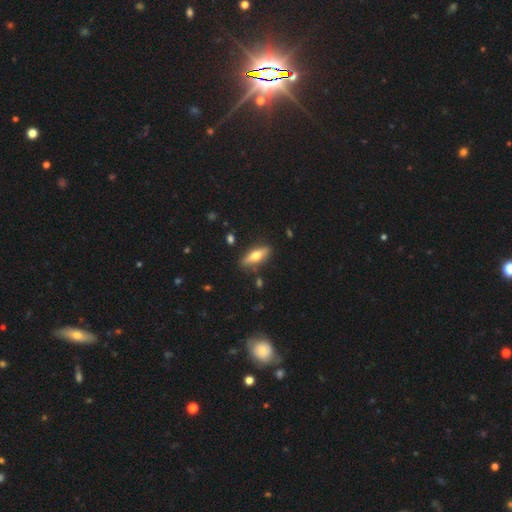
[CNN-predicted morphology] Overall: smooth (51%; featured or disk 43%). How rounded: in between (49%; cigar-shaped 48%). Merging: none (84%).